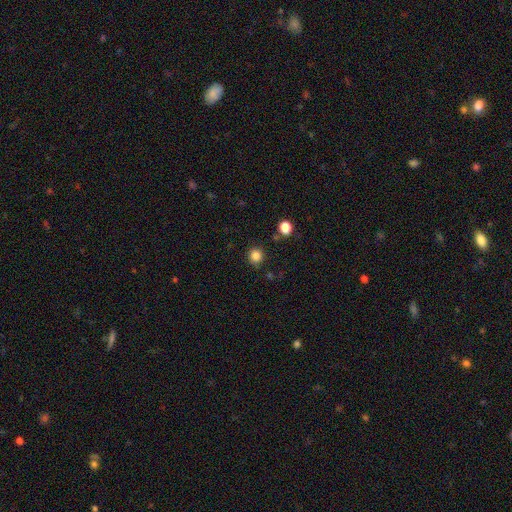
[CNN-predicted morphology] Smooth or featured? smooth (84%)
How rounded? round (92%)
Merging? none (86%)